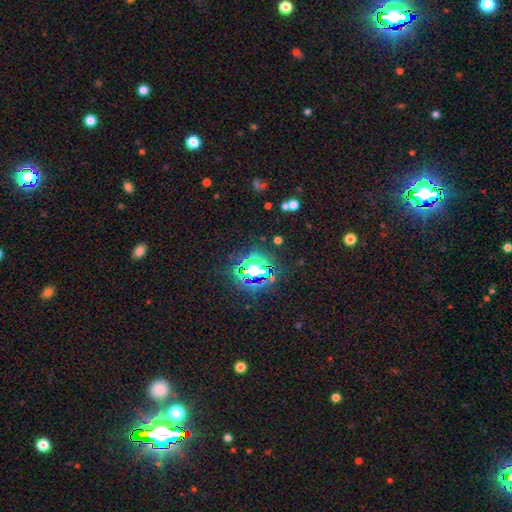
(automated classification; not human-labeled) Smooth or featured? Predicted: star or artifact (p=0.78).